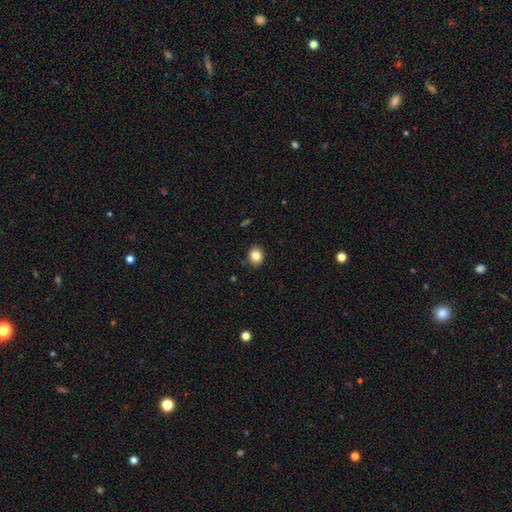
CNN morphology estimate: smooth_or_featured: smooth (p=0.84) [alt: star or artifact p=0.10]
how_rounded: round (p=0.63) [alt: in between p=0.36]
merging: none (p=0.89) [alt: minor disturbance p=0.08]